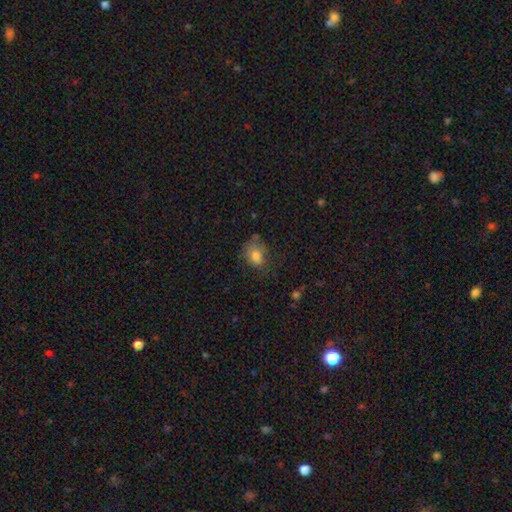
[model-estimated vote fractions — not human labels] A smooth galaxy with no disk features (74%) that is in between round and cigar-shaped (61%).

Vote fractions:
- Smooth or featured? smooth: 74% / featured or disk: 15% / star or artifact: 11%
- How rounded? in between: 61% / round: 38% / cigar-shaped: 1%
- Merging? none: 49% / minor disturbance: 30% / major disturbance: 18% / merger: 4%